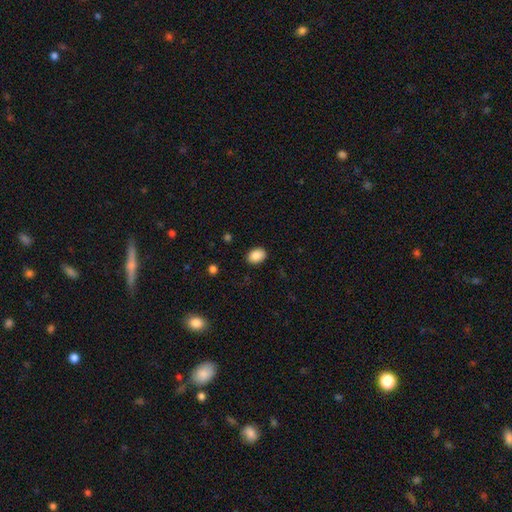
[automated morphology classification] The model was most divided on "how rounded": in between: 75%, round: 24%, cigar-shaped: 1%. More confident: merging — none (88%); smooth or featured — smooth (87%).